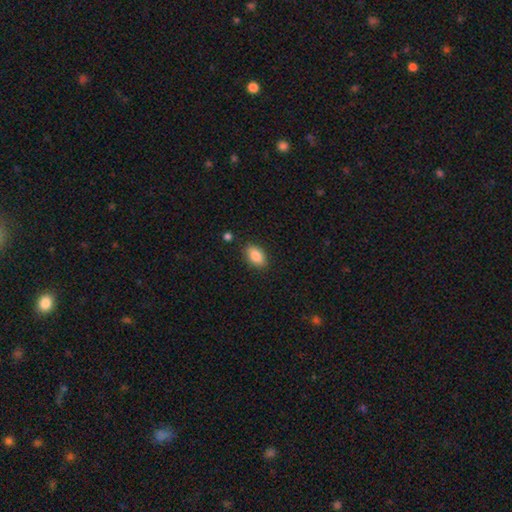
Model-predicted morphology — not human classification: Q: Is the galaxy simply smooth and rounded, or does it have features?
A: smooth — 86%.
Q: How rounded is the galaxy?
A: in between — 90%.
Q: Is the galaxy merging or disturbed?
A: none — 86%.